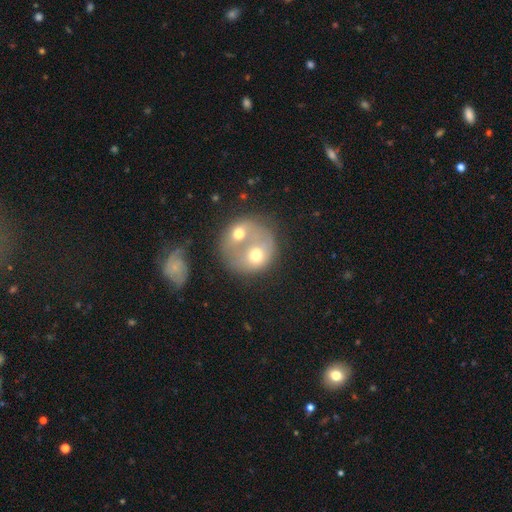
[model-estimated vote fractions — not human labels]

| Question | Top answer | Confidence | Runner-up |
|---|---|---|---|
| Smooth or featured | smooth | 54% | featured or disk (37%) |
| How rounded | round | 60% | in between (39%) |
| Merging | merger | 76% | none (9%) |